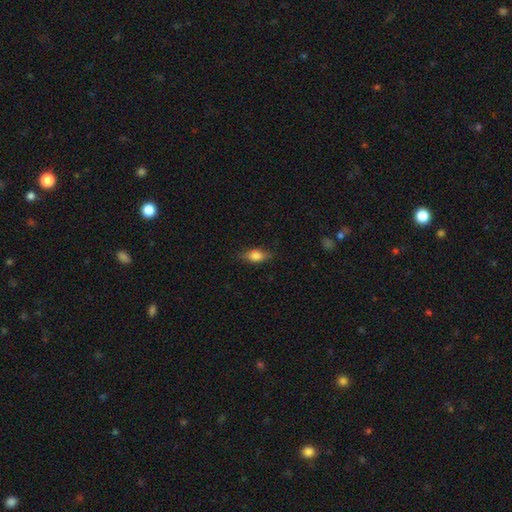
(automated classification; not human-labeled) A smooth galaxy with no disk features (74%) that is in between round and cigar-shaped (79%).

Vote fractions:
- Smooth or featured? smooth: 74% / featured or disk: 18% / star or artifact: 8%
- How rounded? in between: 79% / cigar-shaped: 12% / round: 9%
- Merging? none: 78% / minor disturbance: 18% / major disturbance: 4% / merger: 1%